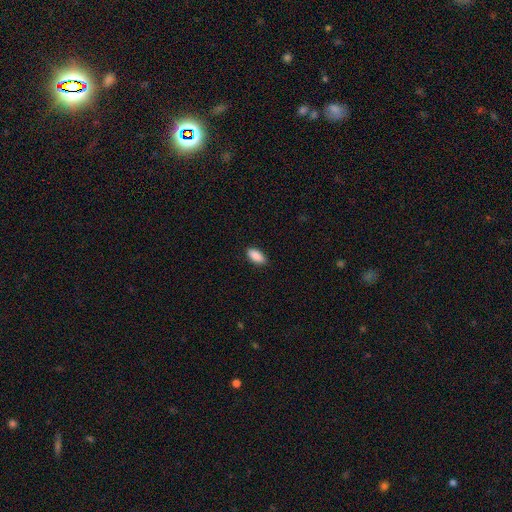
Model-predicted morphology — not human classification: A smooth galaxy with no disk features (90%) that is in between round and cigar-shaped (92%).

Vote fractions:
- Smooth or featured? smooth: 90% / star or artifact: 6% / featured or disk: 3%
- How rounded? in between: 92% / cigar-shaped: 6% / round: 2%
- Merging? none: 88% / minor disturbance: 9% / major disturbance: 2% / merger: 1%